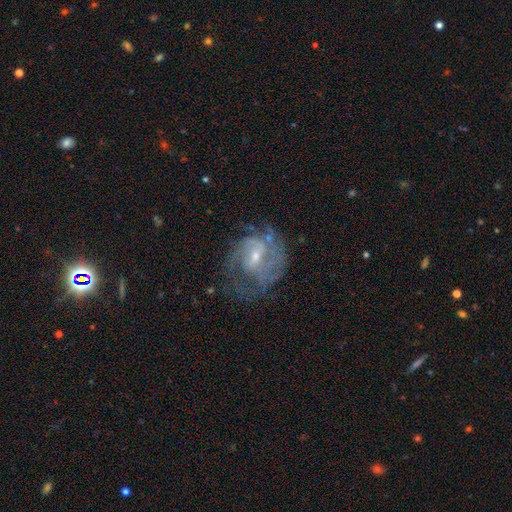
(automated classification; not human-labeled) The model was most divided on "spiral arm count": 2: 36%, can't tell: 32%, 3: 17%, 4: 6%, 1: 6%, more than 4: 4%. Remaining: edge-on disk — no (97%); spiral arms — yes (89%); smooth or featured — featured or disk (82%); bulge size — small (61%); merging — none (55%); bar — weak (54%); spiral winding — medium (45%).